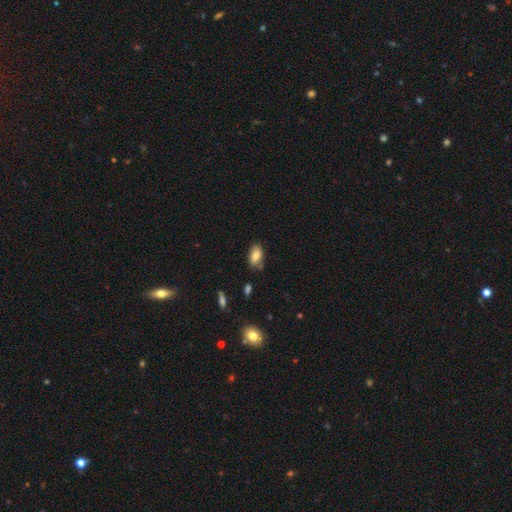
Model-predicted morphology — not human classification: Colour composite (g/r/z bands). It shows a smooth galaxy with no disk features (81%) that is in between round and cigar-shaped (91%). Merging: none (72%).